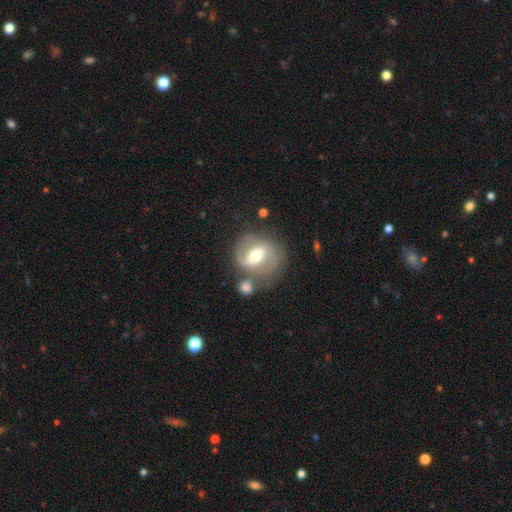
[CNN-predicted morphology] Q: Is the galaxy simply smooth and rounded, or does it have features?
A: featured or disk — 72%.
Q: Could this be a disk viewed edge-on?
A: no — 96%.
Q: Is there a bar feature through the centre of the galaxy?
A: weak — 45%.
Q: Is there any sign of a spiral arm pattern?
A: yes — 81%.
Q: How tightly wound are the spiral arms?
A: medium — 48%.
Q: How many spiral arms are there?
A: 2 — 81%.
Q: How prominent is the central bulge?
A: moderate — 71%.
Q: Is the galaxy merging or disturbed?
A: none — 58%.